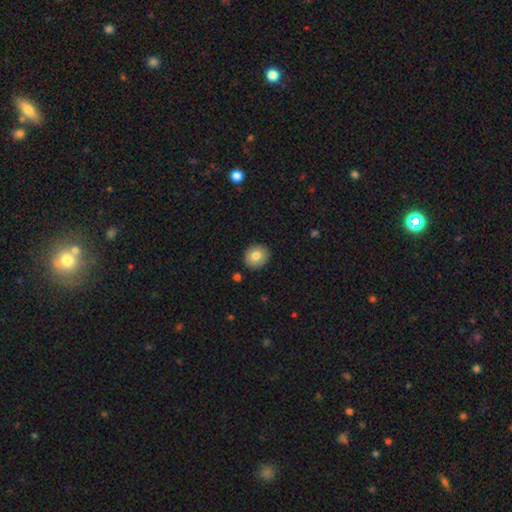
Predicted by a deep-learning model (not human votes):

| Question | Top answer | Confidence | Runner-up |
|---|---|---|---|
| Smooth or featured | smooth | 78% | featured or disk (13%) |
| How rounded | round | 79% | in between (20%) |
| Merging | none | 89% | minor disturbance (7%) |